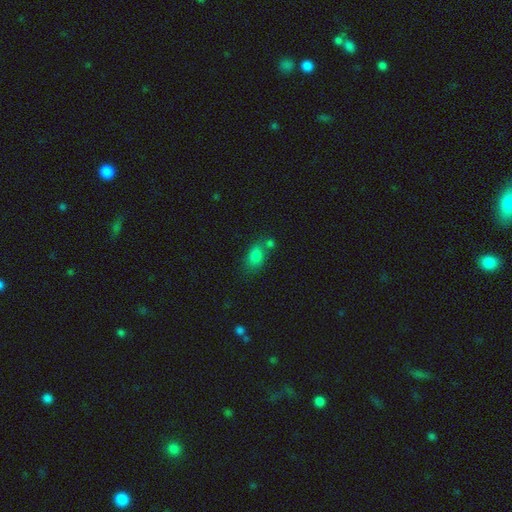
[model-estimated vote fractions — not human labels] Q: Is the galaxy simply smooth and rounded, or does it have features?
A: smooth — 80%.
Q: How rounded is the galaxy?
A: in between — 81%.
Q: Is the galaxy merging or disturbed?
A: none — 53%.